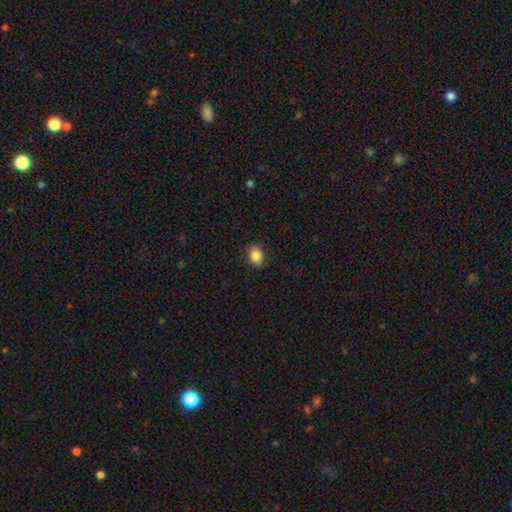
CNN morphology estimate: The model was most divided on "how rounded": in between: 72%, round: 27%, cigar-shaped: 1%. More confident: merging — none (88%); smooth or featured — smooth (87%).